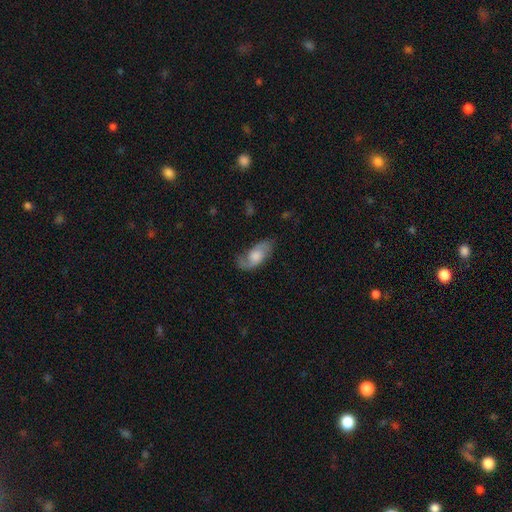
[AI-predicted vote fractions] Smooth or featured? featured or disk (68%)
Edge-on disk? no (92%)
Bar? no (65%)
Spiral arms? yes (91%)
Spiral winding? medium (45%)
Spiral arm count? 2 (84%)
Bulge size? moderate (38%)
Merging? none (73%)